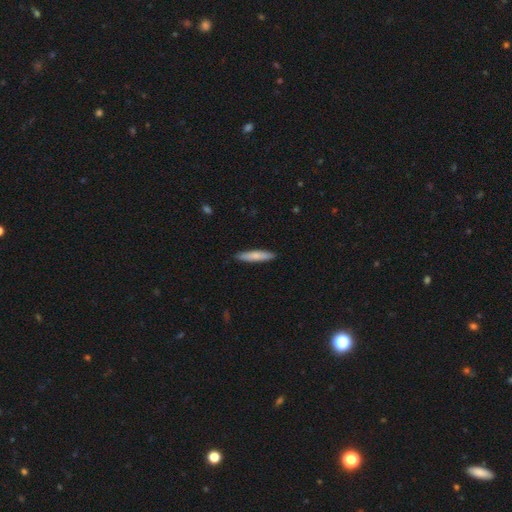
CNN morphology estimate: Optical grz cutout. It shows a smooth galaxy with no disk features (75%) that is cigar-shaped (88%). Merging: none (90%).